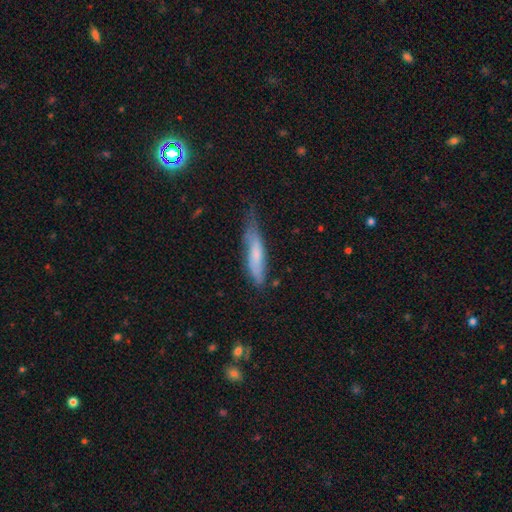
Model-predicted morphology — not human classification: Smooth or featured? Predicted: smooth (p=0.64). How rounded? Predicted: cigar-shaped (p=0.79). Merging? Predicted: none (p=0.48).